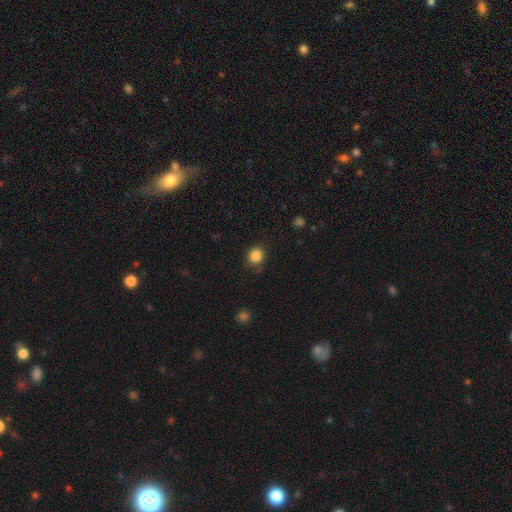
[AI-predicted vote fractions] Smooth or featured? smooth (86%)
How rounded? round (80%)
Merging? none (84%)